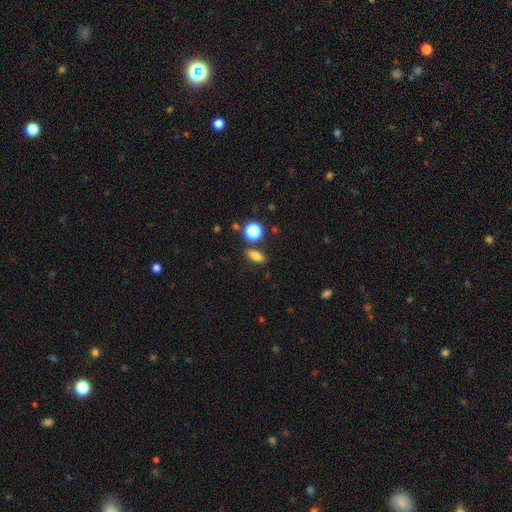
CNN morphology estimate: smooth_or_featured: smooth (p=0.74) [alt: star or artifact p=0.14]
how_rounded: in between (p=0.68) [alt: cigar-shaped p=0.18]
merging: none (p=0.81) [alt: minor disturbance p=0.10]